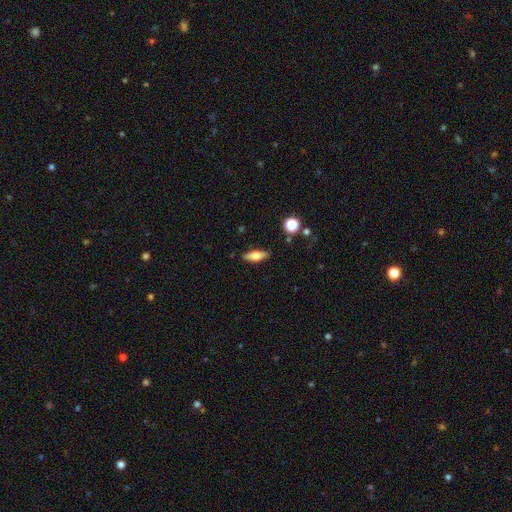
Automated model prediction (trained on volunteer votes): This is likely a smooth galaxy (65%). How rounded: possibly in between (60%). Merging: clearly none (87%).